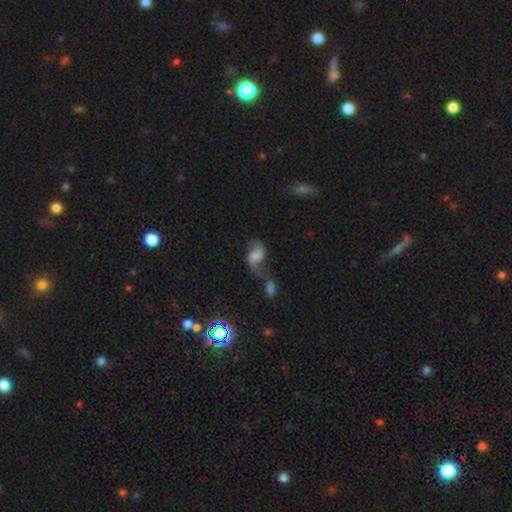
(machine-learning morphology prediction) This appears to be a featured or disk galaxy (57%) with no bar (46%), spiral arms (86%) and no central bulge (29%). Merging: merger (37%).